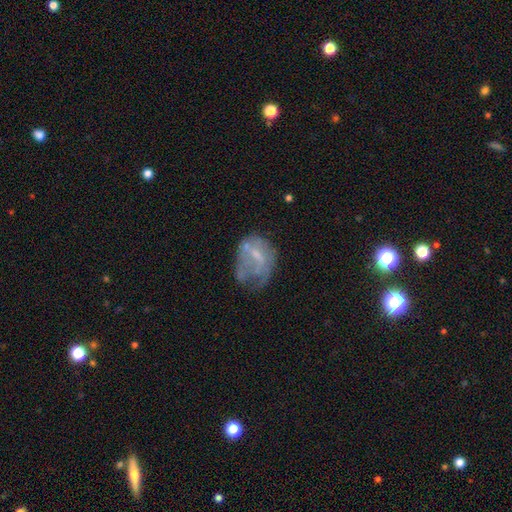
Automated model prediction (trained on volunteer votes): This appears to be a featured or disk galaxy (53%) with no bar (49%), no spiral arms (73%) and a small central bulge (41%). Merging: major disturbance (34%).